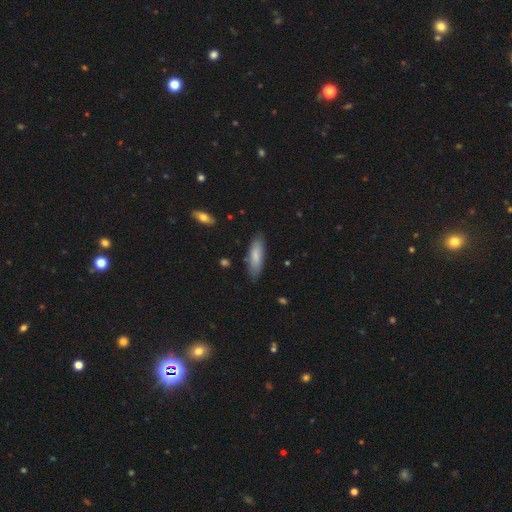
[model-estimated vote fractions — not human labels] The model was most divided on "how rounded": in between: 53%, cigar-shaped: 45%, round: 1%. More confident: merging — none (83%); smooth or featured — smooth (78%).